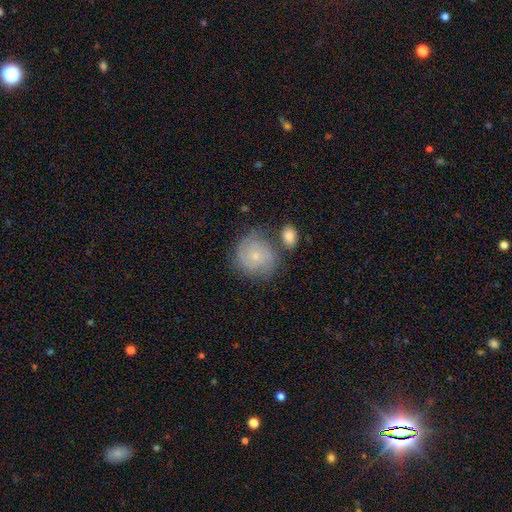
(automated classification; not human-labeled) Smooth or featured? featured or disk (59%)
Edge-on disk? no (98%)
Bar? no (82%)
Spiral arms? yes (87%)
Spiral winding? tight (67%)
Spiral arm count? can't tell (37%)
Bulge size? small (78%)
Merging? none (64%)